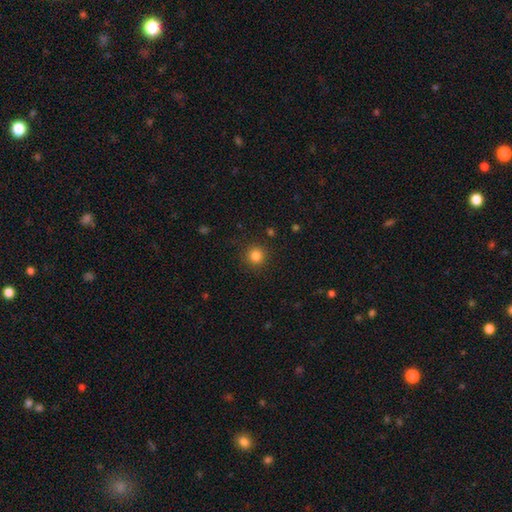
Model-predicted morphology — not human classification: type=smooth (83%); roundness=round (94%); merging=none (90%).